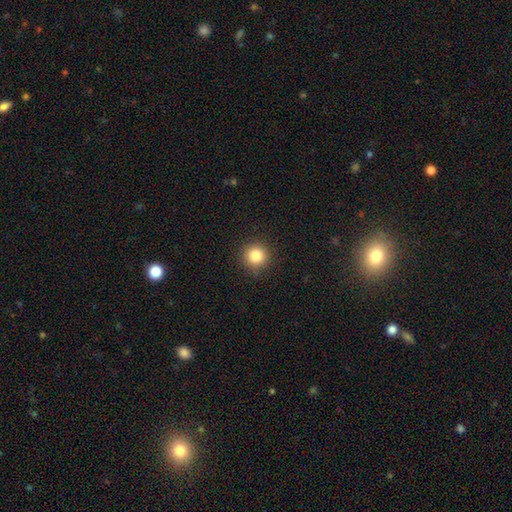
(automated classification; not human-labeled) Smooth or featured? smooth (84%)
How rounded? round (94%)
Merging? none (91%)